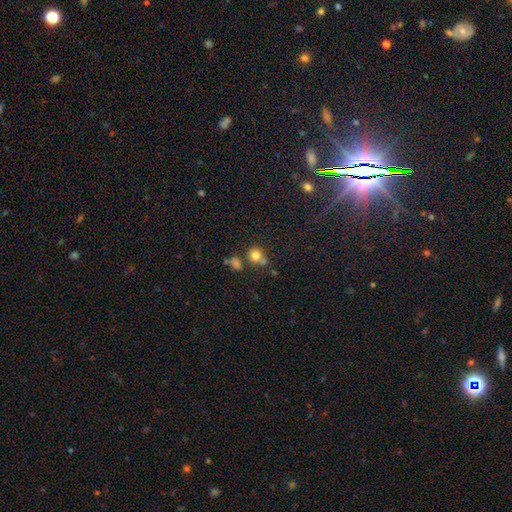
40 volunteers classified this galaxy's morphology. smooth-or-featured: smooth: 78% | star or artifact: 12% | featured or disk: 10%
  how-rounded: round: 90% | in between: 10% | cigar-shaped: 0%
  merging: none: 63% | merger: 26% | minor disturbance: 9% | major disturbance: 3%